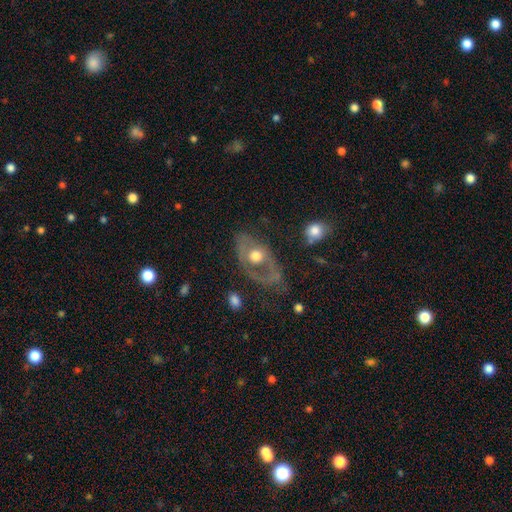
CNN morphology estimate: smooth-or-featured: featured or disk: 56% | smooth: 36% | star or artifact: 8%
  disk-edge-on: no: 91% | yes: 9%
    bar: no: 86% | weak: 10% | strong: 3%
    has-spiral-arms: no: 70% | yes: 30%
    bulge-size: moderate: 67% | large: 21% | small: 8% | dominant: 2% | none: 2%
  merging: none: 40% | major disturbance: 34% | minor disturbance: 22% | merger: 4%